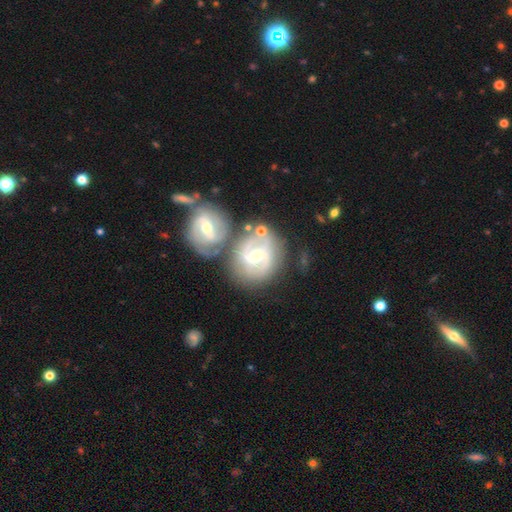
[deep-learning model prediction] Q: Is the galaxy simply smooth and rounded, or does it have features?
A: featured or disk — 85%.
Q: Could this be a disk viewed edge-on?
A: no — 97%.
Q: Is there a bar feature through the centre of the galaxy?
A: weak — 48%.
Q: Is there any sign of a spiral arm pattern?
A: yes — 95%.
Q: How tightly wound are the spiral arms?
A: medium — 53%.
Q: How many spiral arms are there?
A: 2 — 78%.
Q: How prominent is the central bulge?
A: moderate — 52%.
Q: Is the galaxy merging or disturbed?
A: none — 44%.